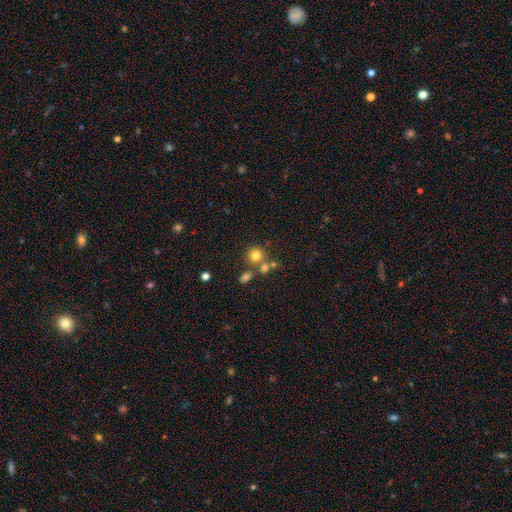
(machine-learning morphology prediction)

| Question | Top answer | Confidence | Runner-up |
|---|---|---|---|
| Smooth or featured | smooth | 75% | star or artifact (15%) |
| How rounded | round | 89% | in between (10%) |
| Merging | none | 62% | merger (25%) |